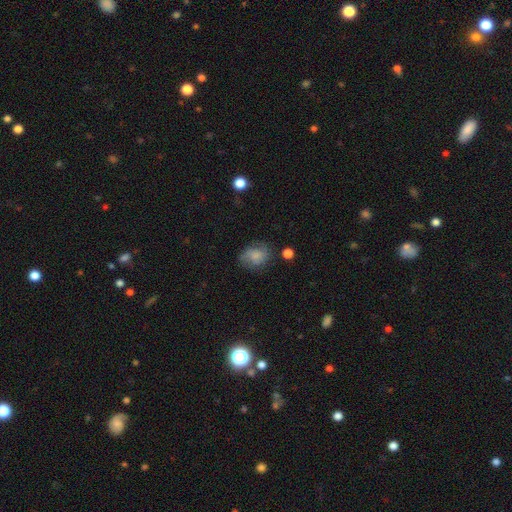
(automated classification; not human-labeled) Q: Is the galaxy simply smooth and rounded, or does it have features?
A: smooth — 67%.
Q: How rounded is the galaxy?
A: in between — 53%.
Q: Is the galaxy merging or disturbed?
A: none — 62%.